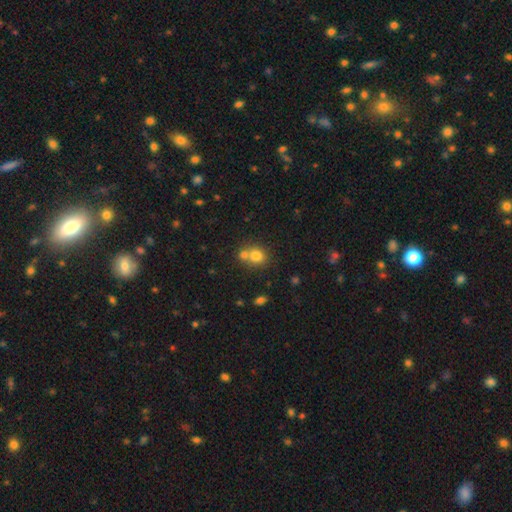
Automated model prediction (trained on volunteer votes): A smooth galaxy with no disk features (77%) that is round (75%).

Vote fractions:
- Smooth or featured? smooth: 77% / star or artifact: 13% / featured or disk: 11%
- How rounded? round: 75% / in between: 24% / cigar-shaped: 1%
- Merging? none: 45% / merger: 44% / minor disturbance: 8% / major disturbance: 3%